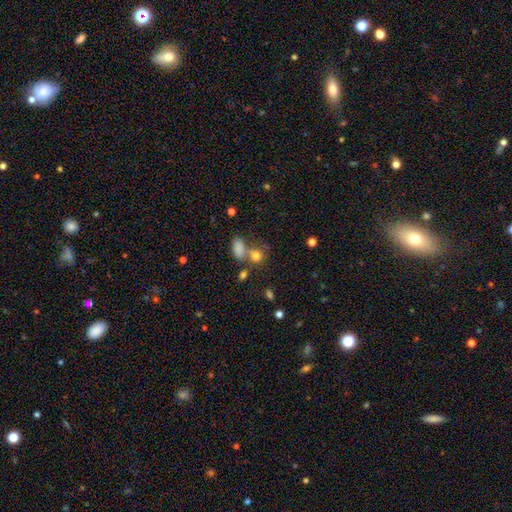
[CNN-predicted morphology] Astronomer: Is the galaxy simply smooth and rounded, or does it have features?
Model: smooth — 77%.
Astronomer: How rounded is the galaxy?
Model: round — 65%.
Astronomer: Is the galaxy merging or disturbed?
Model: none — 47% (runner-up: merger, 34%).